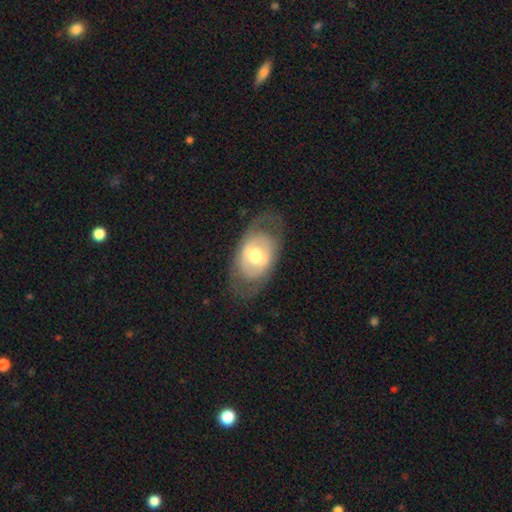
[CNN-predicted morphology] Smooth or featured? Predicted: featured or disk (p=0.56). Edge-on disk? Predicted: no (p=0.90). Bar? Predicted: no (p=0.66). Spiral arms? Predicted: no (p=0.75). Bulge size? Predicted: moderate (p=0.68). Merging? Predicted: none (p=0.72).